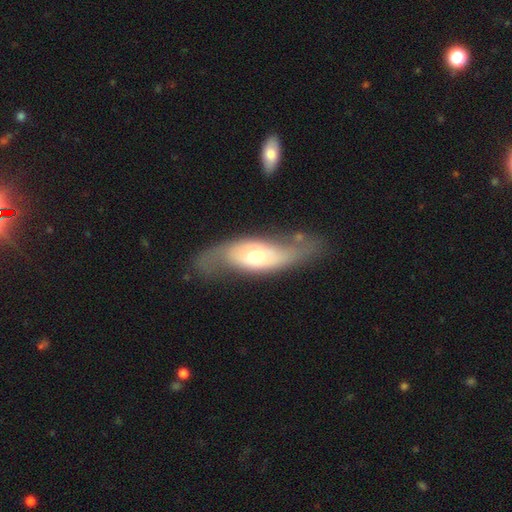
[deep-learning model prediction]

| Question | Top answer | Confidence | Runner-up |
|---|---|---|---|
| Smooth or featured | featured or disk | 65% | smooth (29%) |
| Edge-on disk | no | 76% | yes (24%) |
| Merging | none | 62% | minor disturbance (22%) |